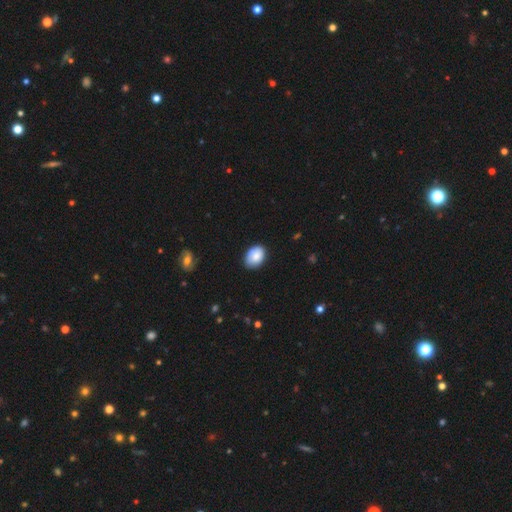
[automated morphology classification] Smooth or featured: smooth — 83% (featured or disk — 10%)
How rounded: in between — 75% (round — 24%)
Merging: none — 75% (minor disturbance — 20%)